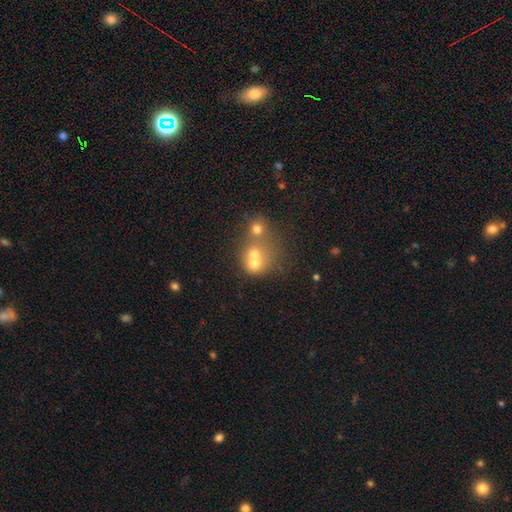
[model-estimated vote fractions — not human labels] This is possibly a smooth galaxy (58%). How rounded: likely round (72%). Merging: likely merger (64%).